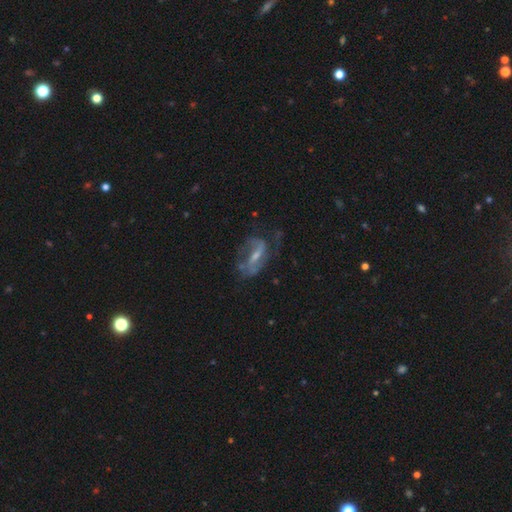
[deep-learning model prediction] Smooth or featured?
  - featured or disk: 75% *
  - smooth: 14%
  - star or artifact: 10%
Edge-on disk?
  - no: 93% *
  - yes: 7%
Bar?
  - weak: 44% *
  - strong: 34%
  - no: 22%
Spiral arms?
  - yes: 83% *
  - no: 17%
Spiral winding?
  - medium: 42% *
  - loose: 39%
  - tight: 19%
Spiral arm count?
  - 2: 67% *
  - can't tell: 16%
  - 1: 11%
  - 3: 3%
  - 4: 1%
  - more than 4: 1%
Bulge size?
  - small: 51% *
  - moderate: 32%
  - none: 13%
  - large: 3%
  - dominant: 1%
Merging?
  - none: 54% *
  - major disturbance: 22%
  - minor disturbance: 21%
  - merger: 3%